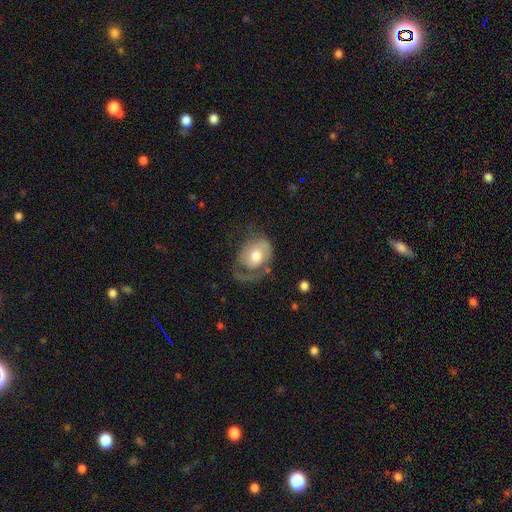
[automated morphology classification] A featured or disk galaxy (64%) with no bar (70%), 1 (55%) medium (38%) spiral arms (82%) and a moderate central bulge (66%).

Vote fractions:
- Smooth or featured? featured or disk: 64% / smooth: 30% / star or artifact: 6%
- Edge-on disk? no: 97% / yes: 3%
- Bar? no: 70% / weak: 25% / strong: 5%
- Spiral arms? yes: 82% / no: 18%
- Spiral winding? medium: 38% / tight: 34% / loose: 28%
- Spiral arm count? 1: 55% / 2: 32% / can't tell: 10% / 3: 2% / 4: 1% / more than 4: 1%
- Bulge size? moderate: 66% / large: 18% / small: 12% / dominant: 2% / none: 2%
- Merging? none: 40% / major disturbance: 35% / minor disturbance: 23% / merger: 3%